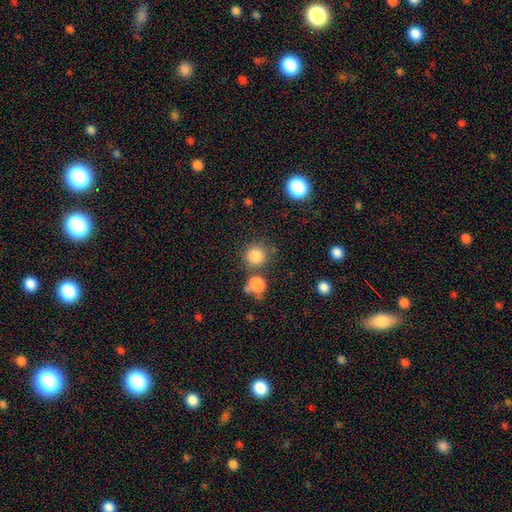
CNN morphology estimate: A smooth galaxy with no disk features (82%) that is round (88%).

Vote fractions:
- Smooth or featured? smooth: 82% / star or artifact: 12% / featured or disk: 5%
- How rounded? round: 88% / in between: 11% / cigar-shaped: 1%
- Merging? none: 70% / merger: 15% / minor disturbance: 11% / major disturbance: 5%